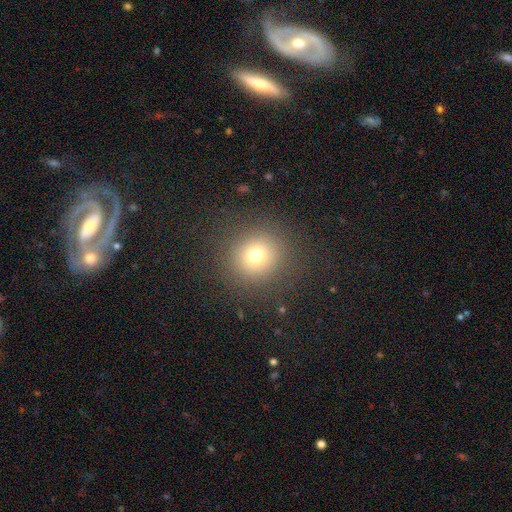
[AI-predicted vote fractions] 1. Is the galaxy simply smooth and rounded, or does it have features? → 72% smooth, 17% star or artifact, 11% featured or disk.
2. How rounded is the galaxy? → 91% round, 8% in between, 1% cigar-shaped.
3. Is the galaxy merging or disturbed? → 88% none, 7% minor disturbance, 5% major disturbance, 1% merger.